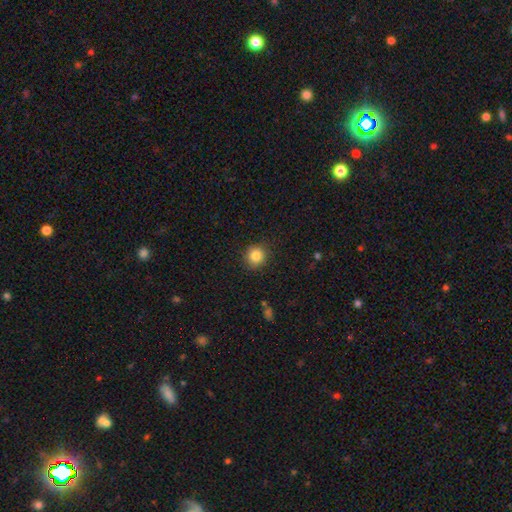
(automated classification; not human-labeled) Overall: smooth (85%). How rounded: round (89%). Merging: none (88%).